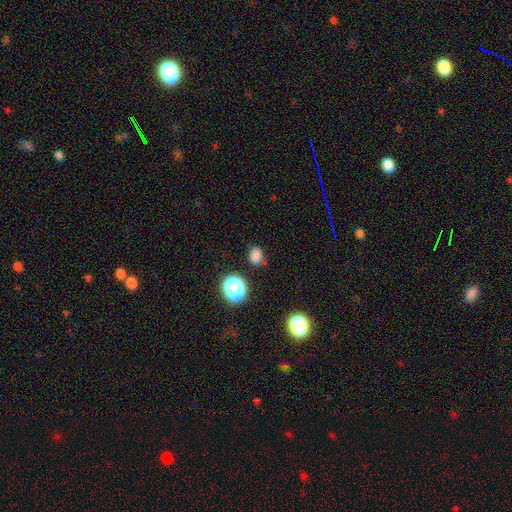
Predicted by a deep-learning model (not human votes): Overall: smooth (81%). How rounded: in between (56%; round 43%). Merging: none (77%).